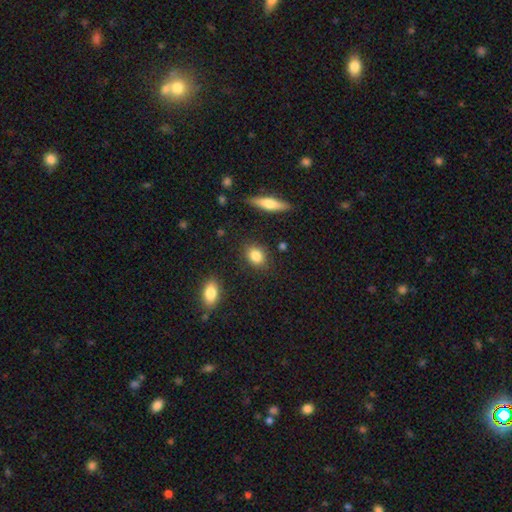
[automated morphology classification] Smooth or featured? smooth (85%)
How rounded? in between (52%)
Merging? none (85%)